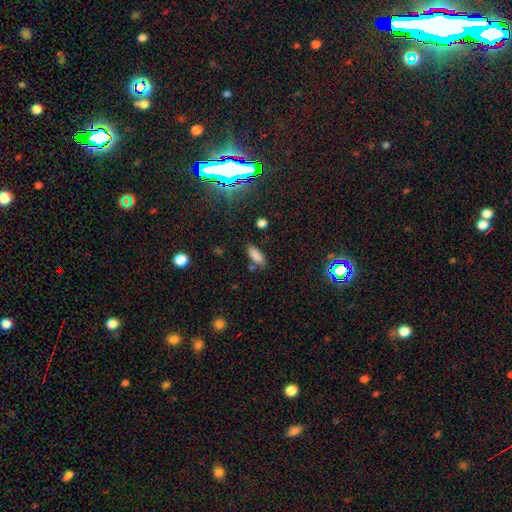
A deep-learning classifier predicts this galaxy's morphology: A smooth galaxy with no disk features (82%) that is in between round and cigar-shaped (76%).

Vote fractions:
- Smooth or featured? smooth: 82% / star or artifact: 12% / featured or disk: 6%
- How rounded? in between: 76% / cigar-shaped: 21% / round: 3%
- Merging? none: 74% / minor disturbance: 15% / merger: 7% / major disturbance: 4%